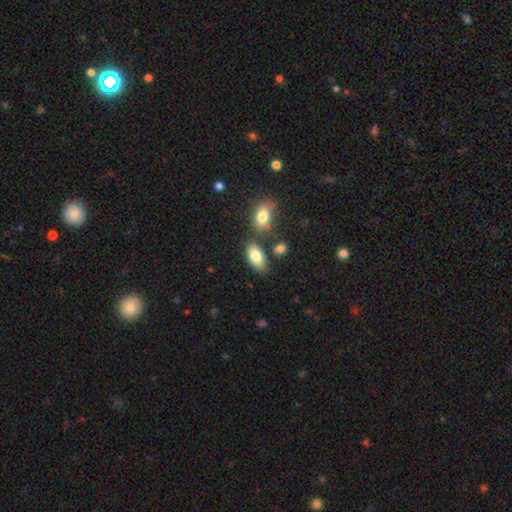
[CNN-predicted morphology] The model was most divided on "merging": none: 62%, merger: 17%, minor disturbance: 16%, major disturbance: 5%. More confident: how rounded — in between (92%); smooth or featured — smooth (81%).